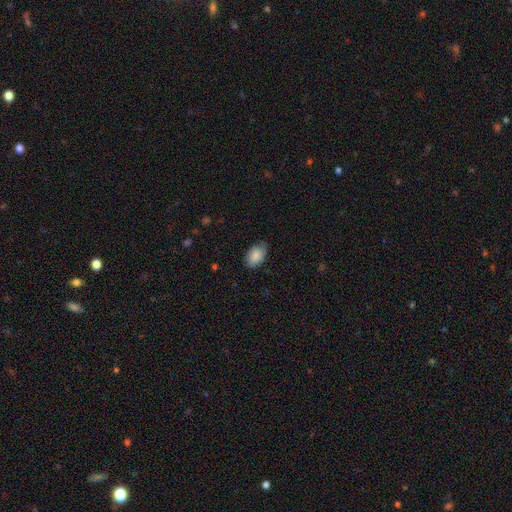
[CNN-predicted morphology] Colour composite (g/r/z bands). It shows a smooth galaxy with no disk features (84%) that is in between round and cigar-shaped (91%). Merging: none (71%).